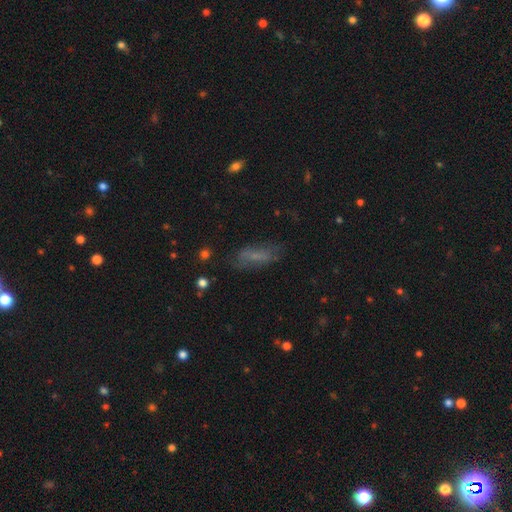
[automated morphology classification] A smooth galaxy with no disk features (58%) that is in between round and cigar-shaped (60%).

Vote fractions:
- Smooth or featured? smooth: 58% / featured or disk: 28% / star or artifact: 14%
- How rounded? in between: 60% / cigar-shaped: 37% / round: 3%
- Merging? none: 66% / minor disturbance: 21% / major disturbance: 11% / merger: 2%